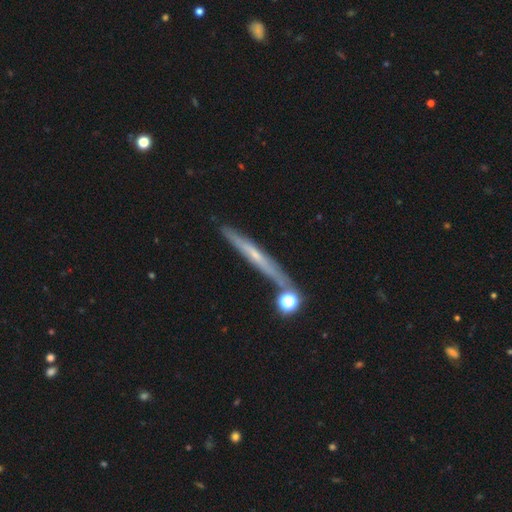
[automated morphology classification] Q: Smooth or featured?
A: featured or disk (60%); runner-up: smooth (31%)
Q: Edge-on disk?
A: yes (92%); runner-up: no (8%)
Q: Edge-on bulge?
A: none (61%); runner-up: rounded (35%)
Q: Merging?
A: none (79%); runner-up: minor disturbance (11%)